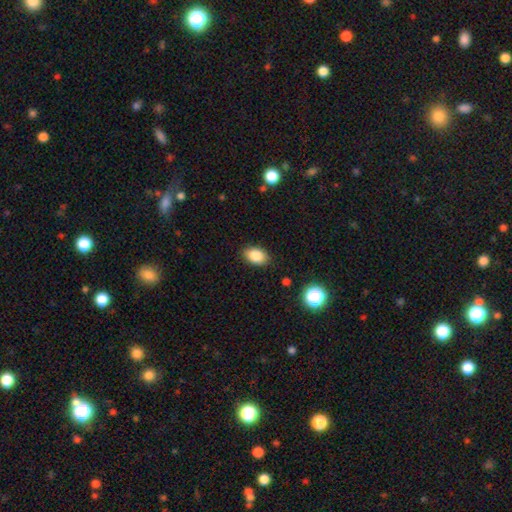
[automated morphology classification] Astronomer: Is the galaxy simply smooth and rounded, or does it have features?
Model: smooth — 85%.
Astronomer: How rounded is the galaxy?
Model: in between — 86%.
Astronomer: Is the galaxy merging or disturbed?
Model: none — 87%.